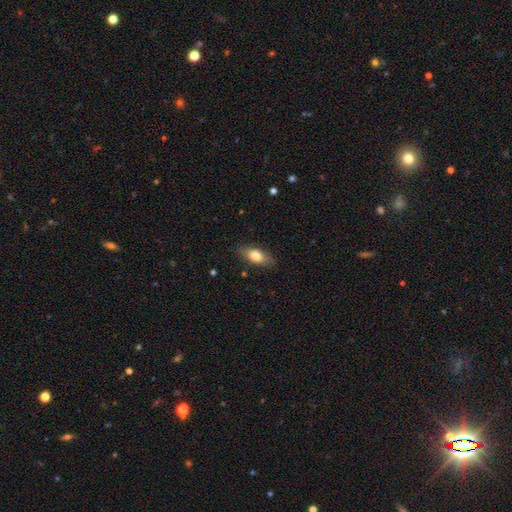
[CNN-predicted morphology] Smooth or featured: smooth — 76% (featured or disk — 17%)
How rounded: in between — 83% (cigar-shaped — 13%)
Merging: none — 84% (minor disturbance — 12%)